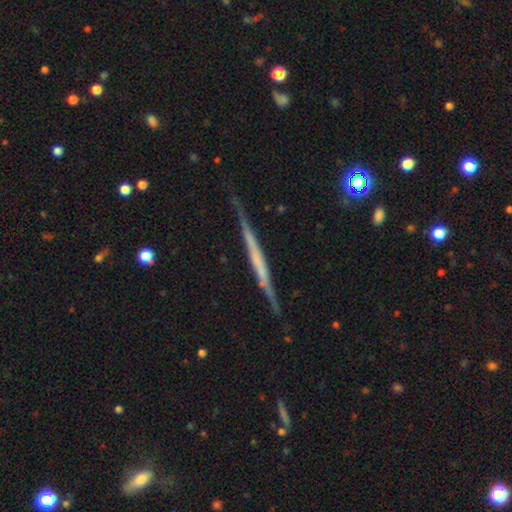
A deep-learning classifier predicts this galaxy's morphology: A featured or disk galaxy (69%) viewed edge-on (97%) with no central bulge (80%). Merging: none (84%).